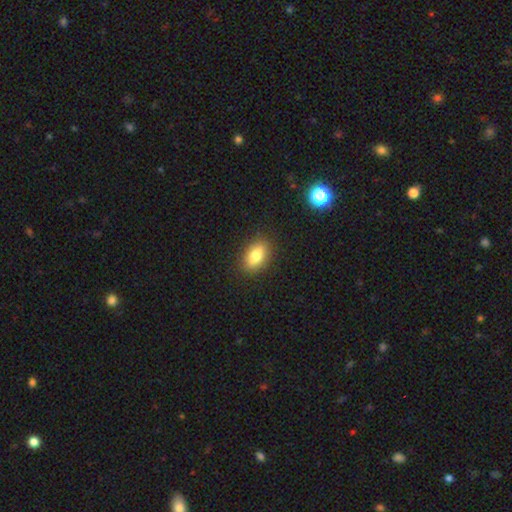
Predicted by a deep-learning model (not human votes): Smooth or featured? smooth (82%)
How rounded? in between (88%)
Merging? none (88%)